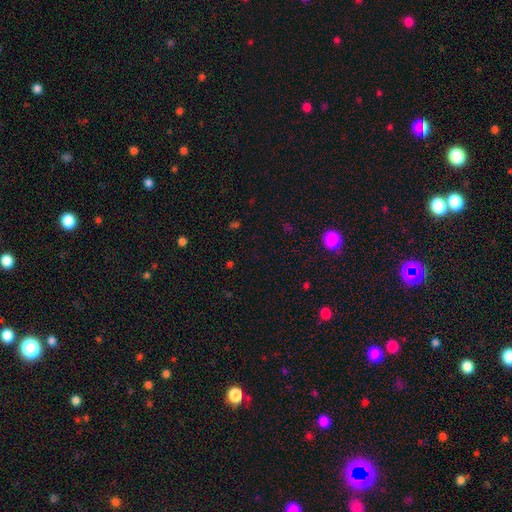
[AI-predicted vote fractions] smooth-or-featured: star or artifact: 58% | smooth: 35% | featured or disk: 7%